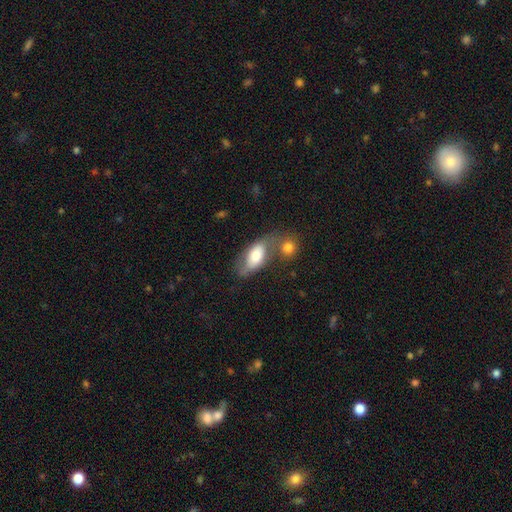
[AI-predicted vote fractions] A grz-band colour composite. It shows a smooth galaxy with no disk features (66%) that is in between round and cigar-shaped (88%). Merging: merger (39%).